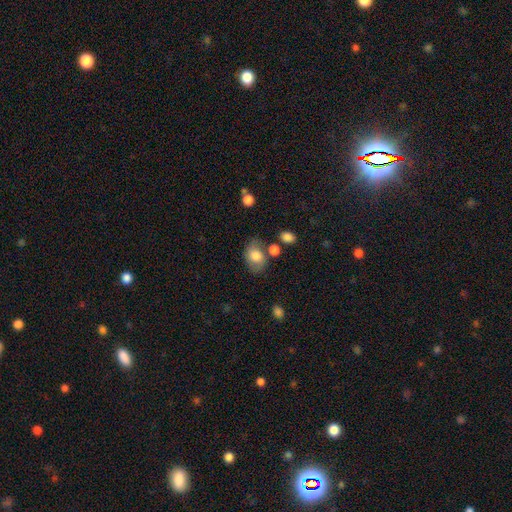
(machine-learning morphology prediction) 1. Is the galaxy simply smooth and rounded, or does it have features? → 72% smooth, 19% featured or disk, 8% star or artifact.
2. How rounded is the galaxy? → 74% in between, 24% round, 1% cigar-shaped.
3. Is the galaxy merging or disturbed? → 63% none, 21% minor disturbance, 9% merger, 7% major disturbance.